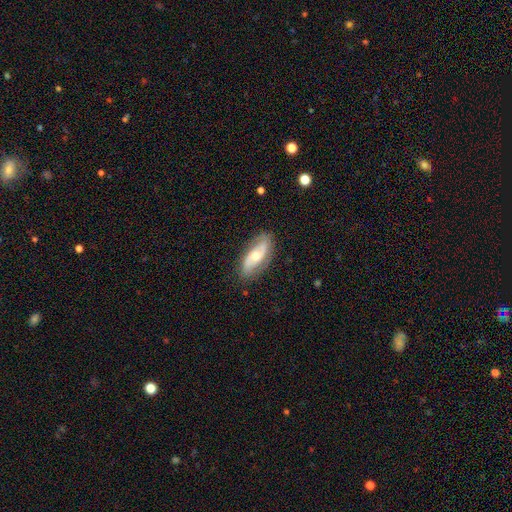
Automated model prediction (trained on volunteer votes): smooth-or-featured: featured or disk: 66% | smooth: 28% | star or artifact: 6%
  disk-edge-on: no: 88% | yes: 12%
    bar: no: 59% | weak: 29% | strong: 12%
    has-spiral-arms: yes: 80% | no: 20%
    bulge-size: moderate: 65% | small: 27% | large: 5% | none: 1% | dominant: 1%
  merging: none: 80% | minor disturbance: 15% | major disturbance: 4% | merger: 1%